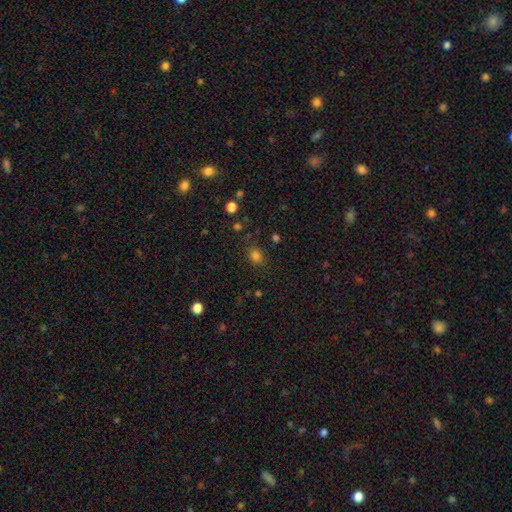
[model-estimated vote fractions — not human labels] Overall: smooth (78%). How rounded: round (56%; in between 43%). Merging: none (82%).